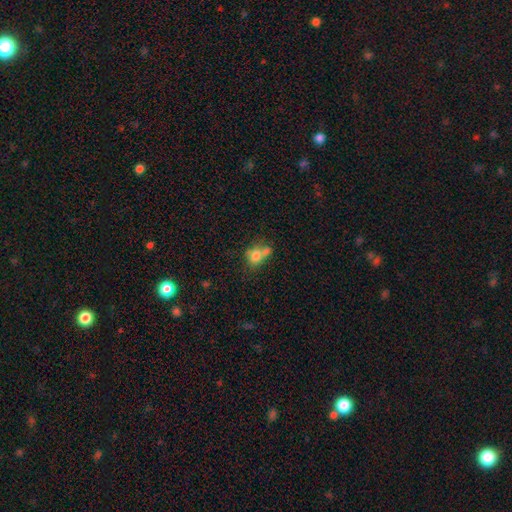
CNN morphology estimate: Smooth or featured: smooth — 73% (featured or disk — 16%)
How rounded: round — 55% (in between — 44%)
Merging: merger — 47% (none — 33%)